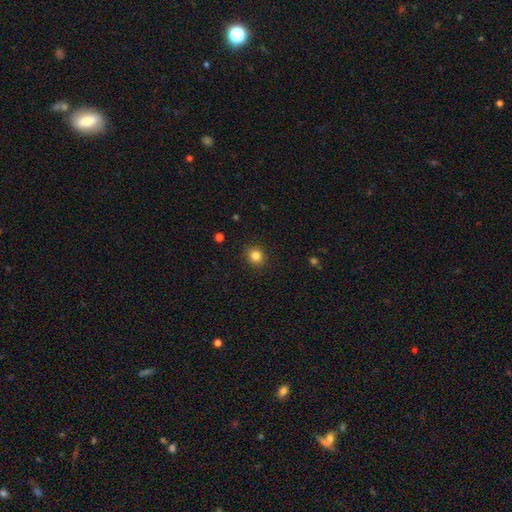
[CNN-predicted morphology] smooth 84%, star or artifact 11%, featured or disk 5%. Down the decision tree: how rounded — round (82%); merging — none (90%).